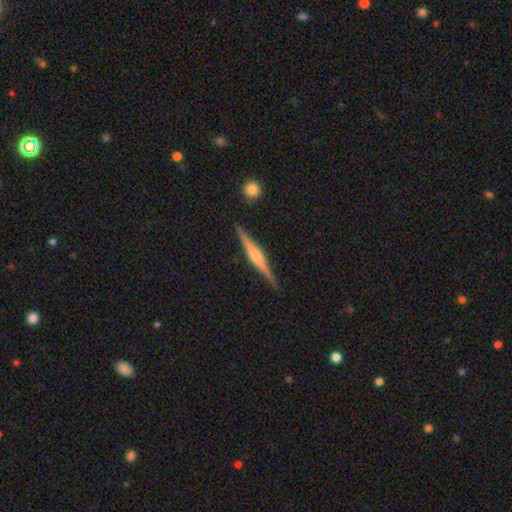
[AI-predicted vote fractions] This appears to be a featured or disk galaxy (77%) viewed edge-on (98%) with a rounded central bulge (75%). Merging: none (89%).